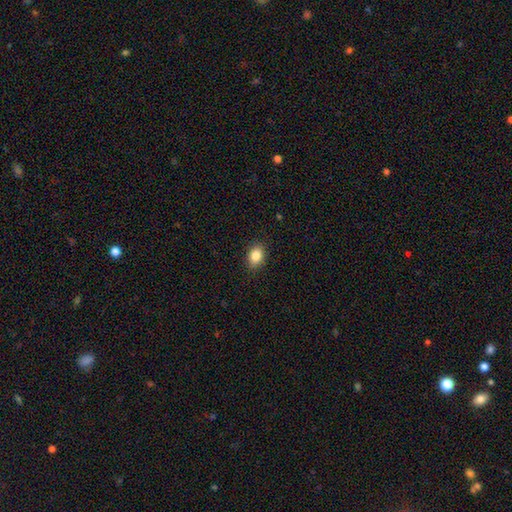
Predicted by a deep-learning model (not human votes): Morphology: type=smooth (85%); roundness=in between (74%); merging=none (88%).